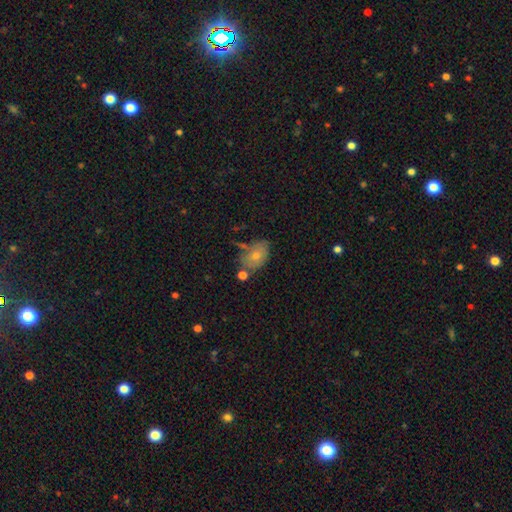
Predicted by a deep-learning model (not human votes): Smooth or featured? Predicted: smooth (p=0.58). How rounded? Predicted: in between (p=0.80). Merging? Predicted: none (p=0.57).